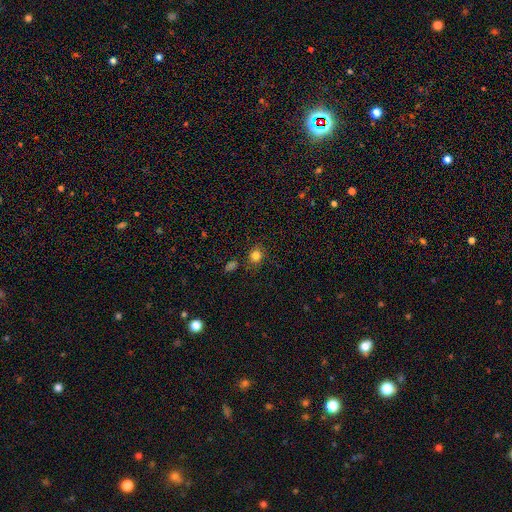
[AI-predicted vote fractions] The model was most divided on "how rounded": round: 75%, in between: 24%, cigar-shaped: 1%. More confident: smooth or featured — smooth (81%); merging — none (80%).